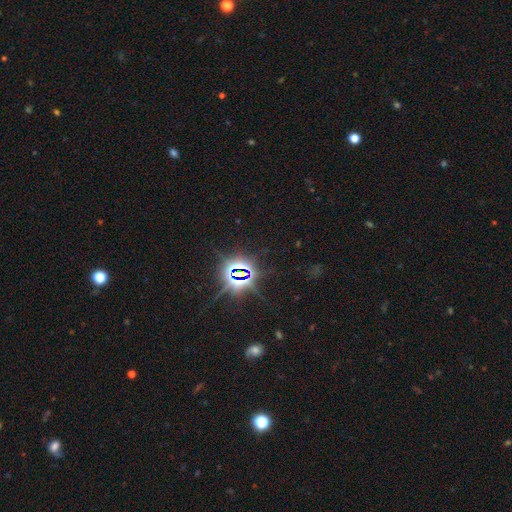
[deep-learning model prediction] Smooth or featured? star or artifact (81%)